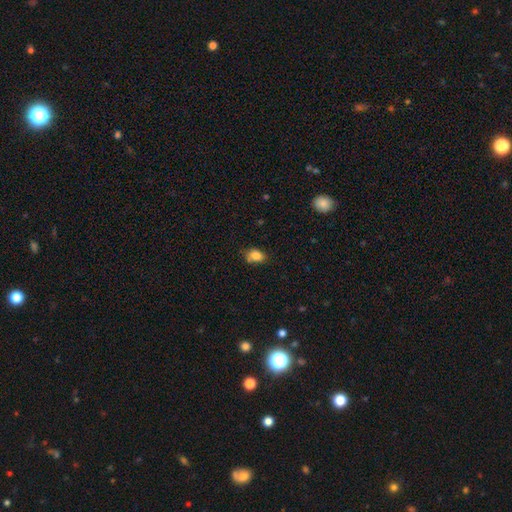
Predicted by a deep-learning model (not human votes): This appears to be a smooth galaxy with no disk features (83%) that is in between round and cigar-shaped (72%). Merging: none (66%).